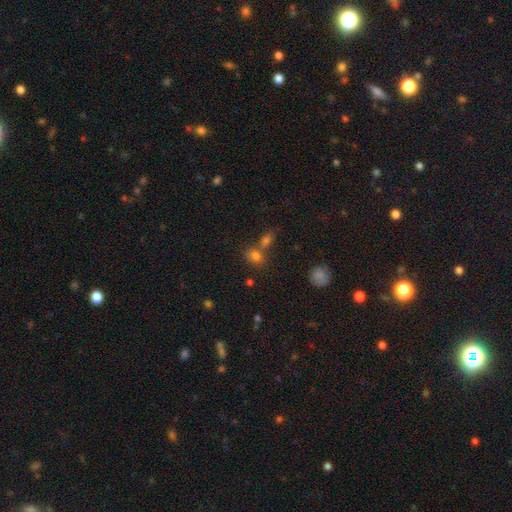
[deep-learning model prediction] smooth-or-featured: smooth: 77% | star or artifact: 13% | featured or disk: 9%
  how-rounded: in between: 63% | round: 35% | cigar-shaped: 2%
  merging: none: 44% | merger: 42% | minor disturbance: 10% | major disturbance: 4%